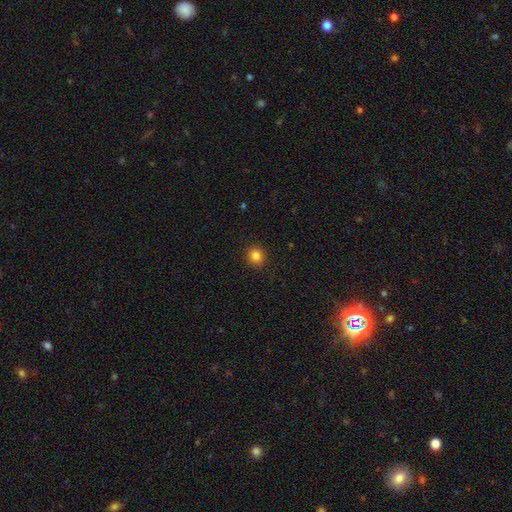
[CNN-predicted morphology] smooth_or_featured: smooth (p=0.84) [alt: star or artifact p=0.12]
how_rounded: round (p=0.90) [alt: in between p=0.09]
merging: none (p=0.91) [alt: minor disturbance p=0.06]